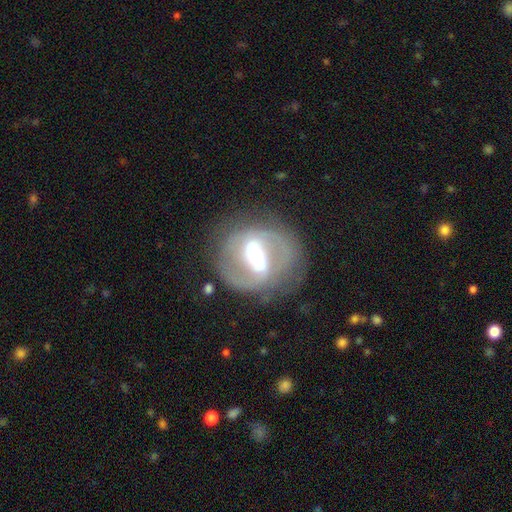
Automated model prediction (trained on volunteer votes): Smooth or featured? Predicted: featured or disk (p=0.80). Edge-on disk? Predicted: no (p=0.96). Bar? Predicted: strong (p=0.52). Spiral arms? Predicted: yes (p=0.82). Spiral winding? Predicted: medium (p=0.48). Spiral arm count? Predicted: 2 (p=0.82). Bulge size? Predicted: moderate (p=0.47). Merging? Predicted: none (p=0.72).